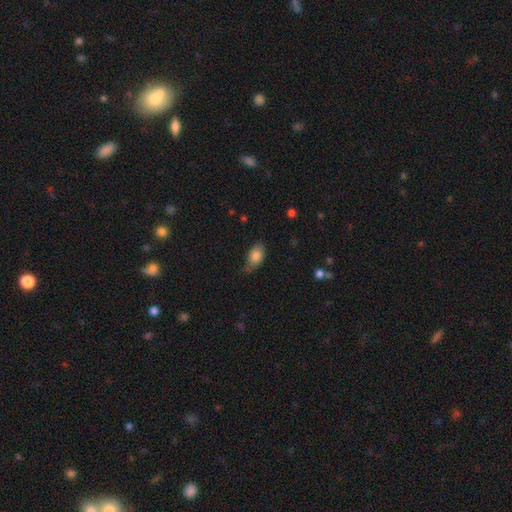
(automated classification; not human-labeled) Smooth or featured?
  - smooth: 82% *
  - featured or disk: 11%
  - star or artifact: 8%
How rounded?
  - in between: 89% *
  - round: 9%
  - cigar-shaped: 2%
Merging?
  - none: 54% *
  - minor disturbance: 35%
  - major disturbance: 9%
  - merger: 3%